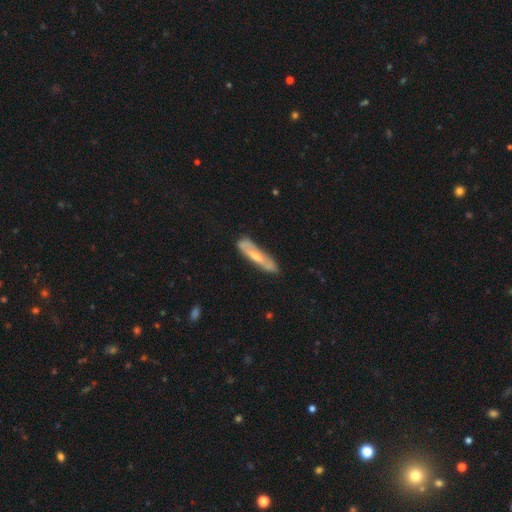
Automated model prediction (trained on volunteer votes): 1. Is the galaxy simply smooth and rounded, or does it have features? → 53% featured or disk, 41% smooth, 6% star or artifact.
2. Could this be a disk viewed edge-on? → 60% yes, 40% no.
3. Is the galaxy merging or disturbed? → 78% none, 17% minor disturbance, 4% major disturbance, 2% merger.